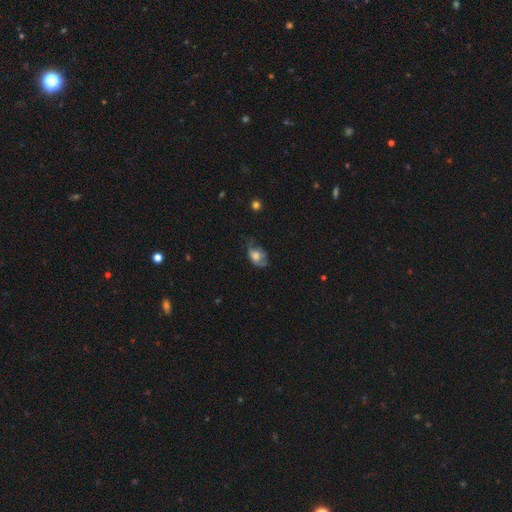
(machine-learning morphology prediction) Smooth or featured: smooth — 51% (featured or disk — 40%)
How rounded: in between — 76% (round — 22%)
Merging: major disturbance — 33% (none — 32%)